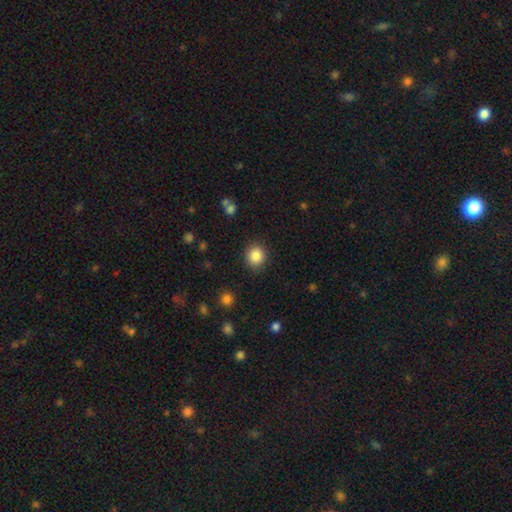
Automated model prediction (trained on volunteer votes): smooth 87%, star or artifact 9%, featured or disk 4%. Down the decision tree: how rounded — round (87%); merging — none (89%).